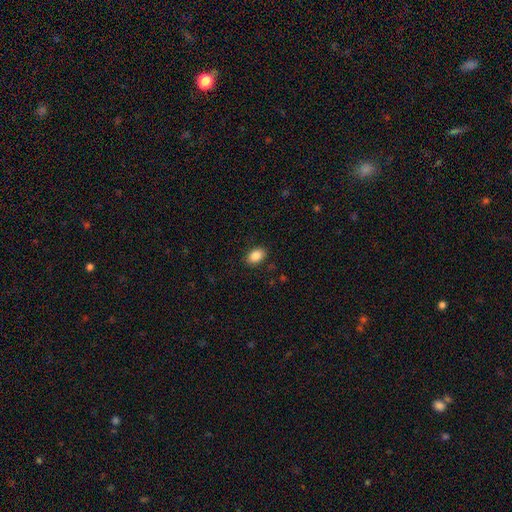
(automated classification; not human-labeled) Smooth or featured? Predicted: smooth (p=0.87). How rounded? Predicted: in between (p=0.86). Merging? Predicted: none (p=0.88).